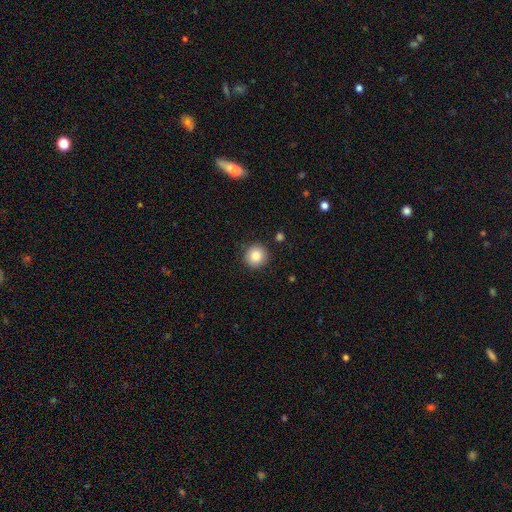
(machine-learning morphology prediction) Q: Smooth or featured?
A: smooth (85%); runner-up: star or artifact (9%)
Q: How rounded?
A: round (94%); runner-up: in between (5%)
Q: Merging?
A: none (90%); runner-up: minor disturbance (7%)